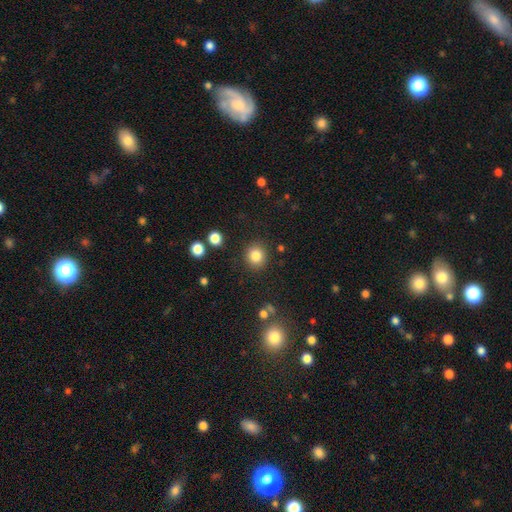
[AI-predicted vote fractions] Q: Smooth or featured?
A: smooth (84%); runner-up: star or artifact (11%)
Q: How rounded?
A: round (87%); runner-up: in between (12%)
Q: Merging?
A: none (88%); runner-up: minor disturbance (7%)